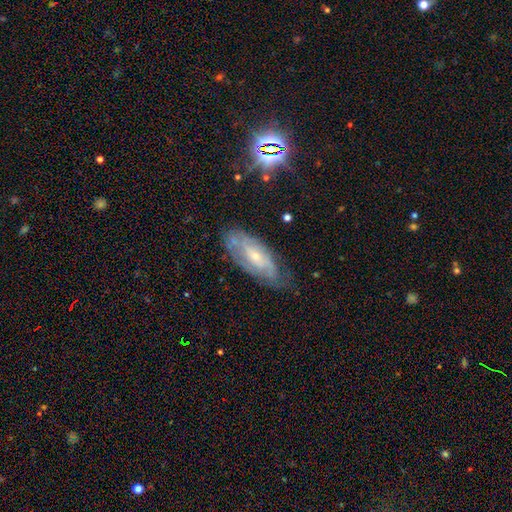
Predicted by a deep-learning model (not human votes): featured or disk 63%, smooth 22%, star or artifact 15%. Down the decision tree: edge-on disk — no (83%); bar — no (49%); spiral arms — yes (78%); bulge size — small (53%); merging — none (70%).